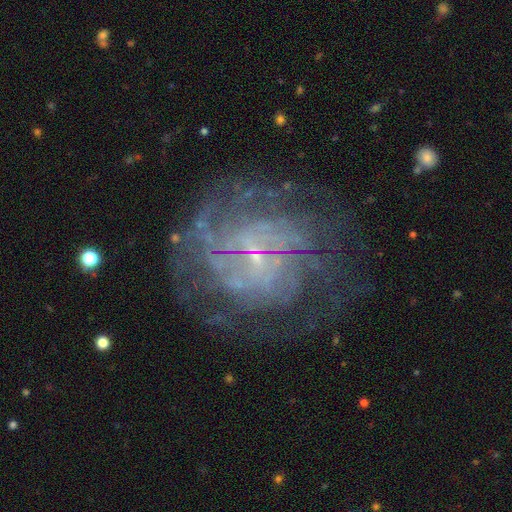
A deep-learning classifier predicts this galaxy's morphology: featured or disk 79%, smooth 11%, star or artifact 10%. Down the decision tree: edge-on disk — no (98%); bar — no (68%); spiral arms — yes (83%); spiral arm count — can't tell (45%); spiral winding — tight (61%); bulge size — small (69%); merging — none (67%).